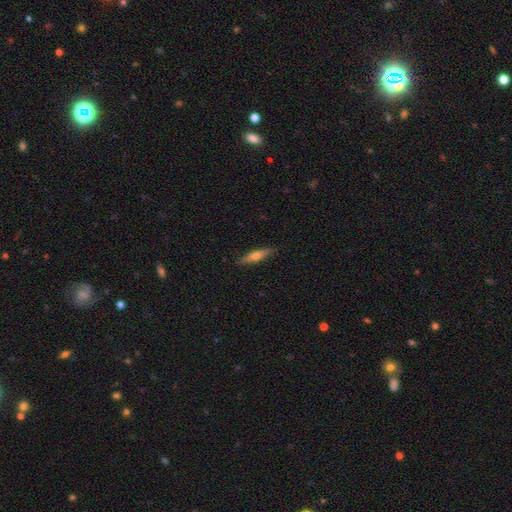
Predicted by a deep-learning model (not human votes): Smooth or featured? featured or disk (50%)
Edge-on disk? yes (94%)
Merging? none (90%)